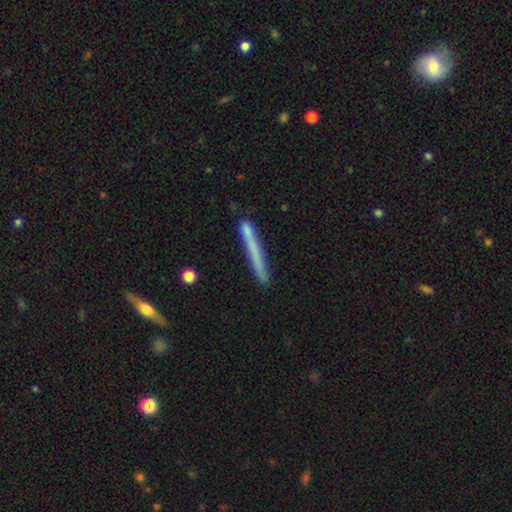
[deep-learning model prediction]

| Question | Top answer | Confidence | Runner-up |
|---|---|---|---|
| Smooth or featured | smooth | 62% | featured or disk (31%) |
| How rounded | cigar-shaped | 97% | in between (2%) |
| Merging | none | 75% | minor disturbance (16%) |